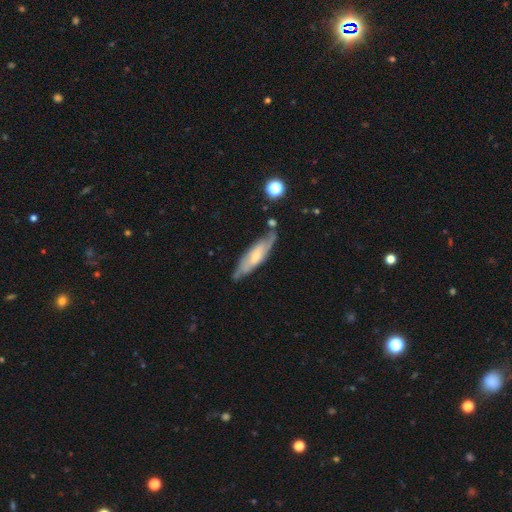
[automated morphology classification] The model was most divided on "edge-on disk": no: 58%, yes: 42%. More confident: merging — none (65%); smooth or featured — featured or disk (58%).